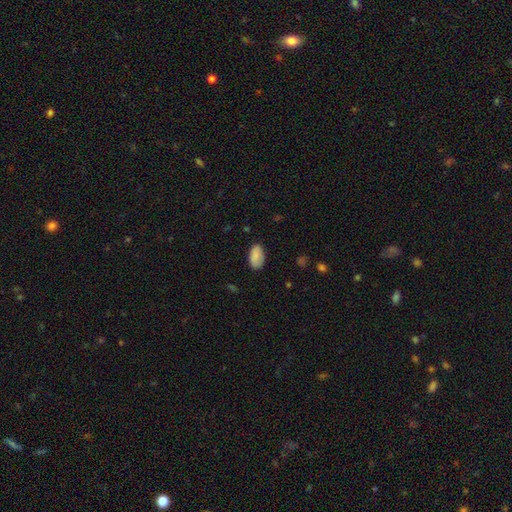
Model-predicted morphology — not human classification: The model was most divided on "merging": none: 79%, minor disturbance: 16%, major disturbance: 3%, merger: 1%. More confident: how rounded — in between (94%); smooth or featured — smooth (85%).